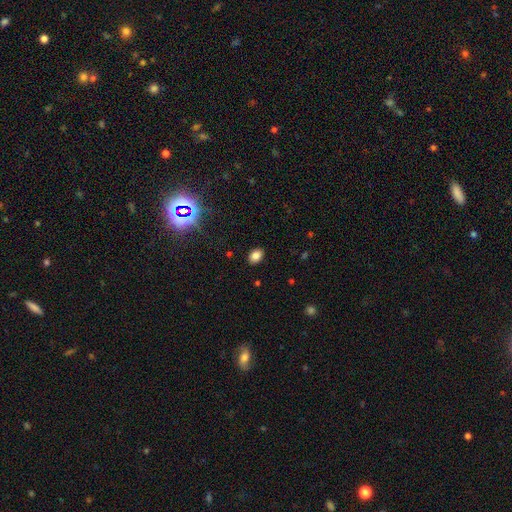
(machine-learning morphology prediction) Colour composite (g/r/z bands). It shows a smooth galaxy with no disk features (81%) that is in between round and cigar-shaped (78%). Merging: none (88%).